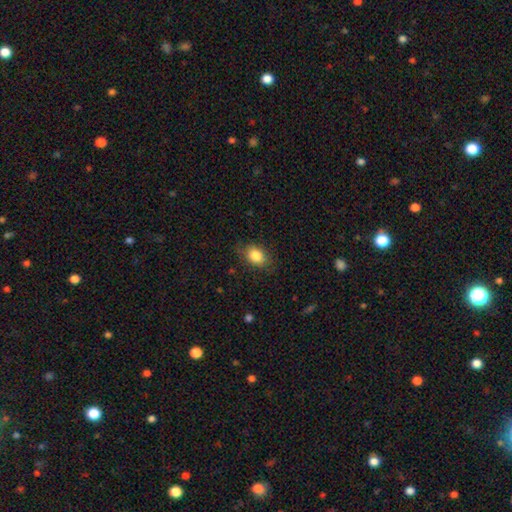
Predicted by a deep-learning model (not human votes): A smooth galaxy with no disk features (84%) that is in between round and cigar-shaped (74%).

Vote fractions:
- Smooth or featured? smooth: 84% / star or artifact: 9% / featured or disk: 8%
- How rounded? in between: 74% / round: 24% / cigar-shaped: 2%
- Merging? none: 77% / minor disturbance: 17% / major disturbance: 4% / merger: 1%